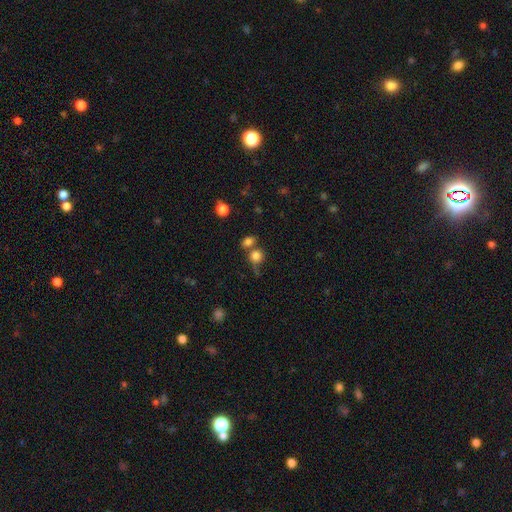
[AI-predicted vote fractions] Smooth or featured? Predicted: smooth (p=0.80). How rounded? Predicted: round (p=0.80). Merging? Predicted: none (p=0.45).